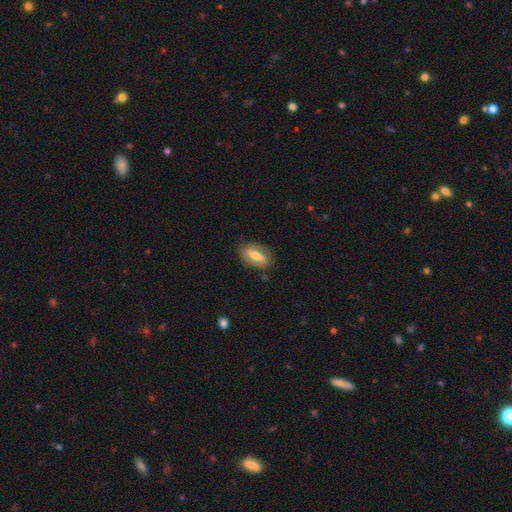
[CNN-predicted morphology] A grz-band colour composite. It shows a featured or disk galaxy (46%, tied with smooth). Merging: none (81%).